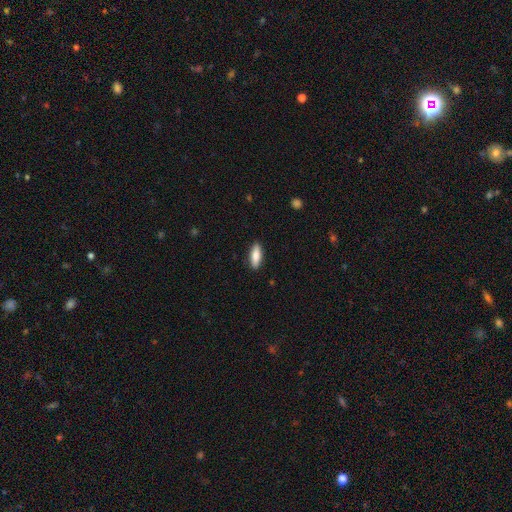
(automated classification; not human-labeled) Smooth or featured?
  - smooth: 82% *
  - featured or disk: 12%
  - star or artifact: 6%
How rounded?
  - in between: 59% *
  - cigar-shaped: 39%
  - round: 2%
Merging?
  - none: 90% *
  - minor disturbance: 8%
  - major disturbance: 2%
  - merger: 1%